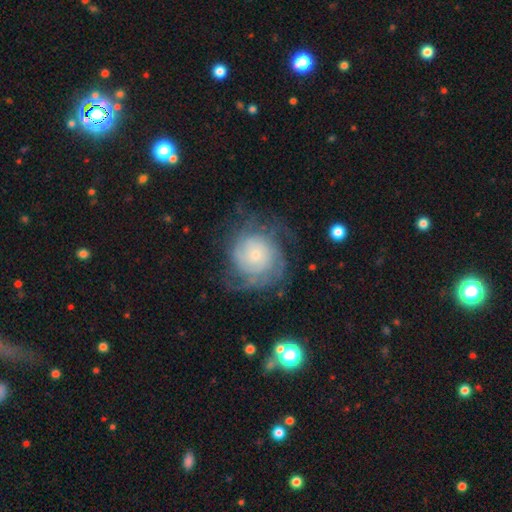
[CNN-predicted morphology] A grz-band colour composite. It shows a featured or disk galaxy (75%) with no bar (79%), tight (67%) spiral arms (91%) and a small central bulge (69%). Merging: none (63%).